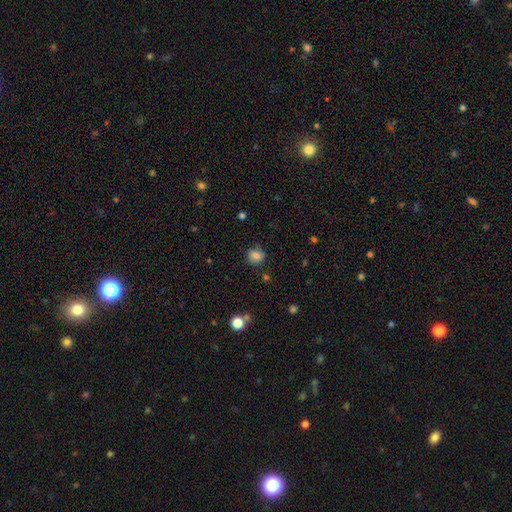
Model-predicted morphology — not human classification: The model was most divided on "how rounded": round: 77%, in between: 22%, cigar-shaped: 1%. More confident: merging — none (81%); smooth or featured — smooth (80%).